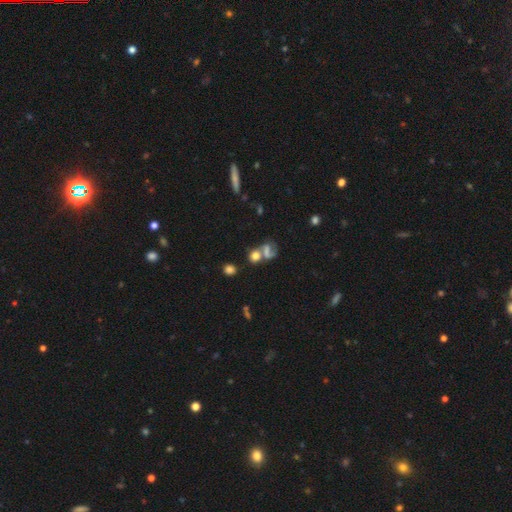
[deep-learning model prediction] The model was most divided on "merging": merger: 42%, none: 36%, minor disturbance: 11%, major disturbance: 11%. More confident: how rounded — round (62%); smooth or featured — smooth (61%).